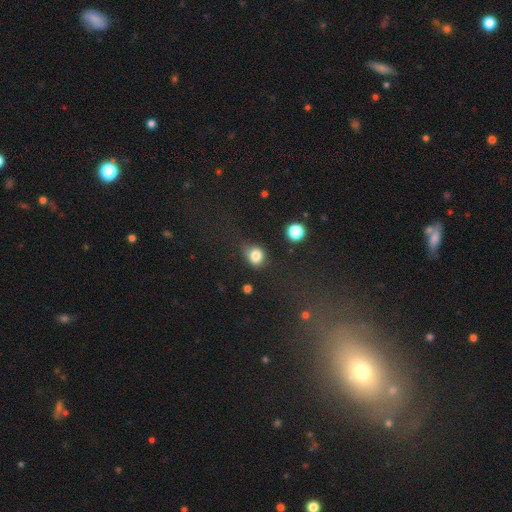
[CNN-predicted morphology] A smooth galaxy with no disk features (81%) that is round (66%). Merging: none (54%).